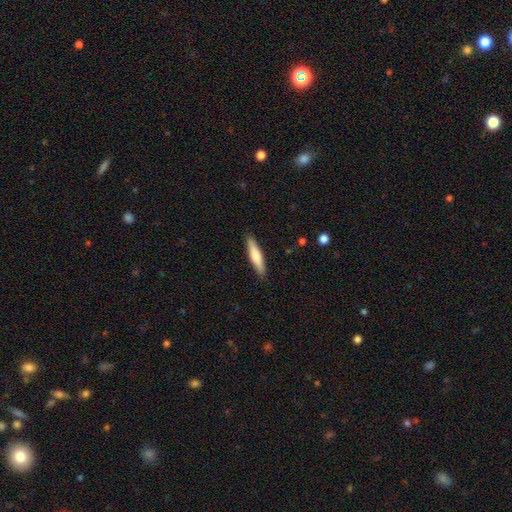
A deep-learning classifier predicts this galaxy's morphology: This appears to be a smooth galaxy with no disk features (67%) that is cigar-shaped (85%). Merging: none (90%).